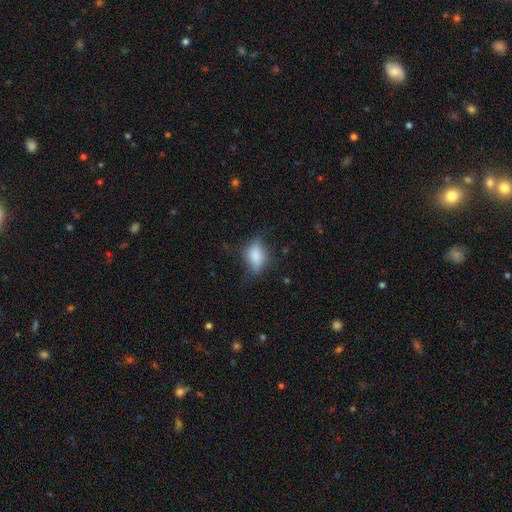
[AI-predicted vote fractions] Smooth or featured: smooth — 66% (featured or disk — 25%)
How rounded: in between — 81% (round — 12%)
Merging: none — 51% (minor disturbance — 29%)